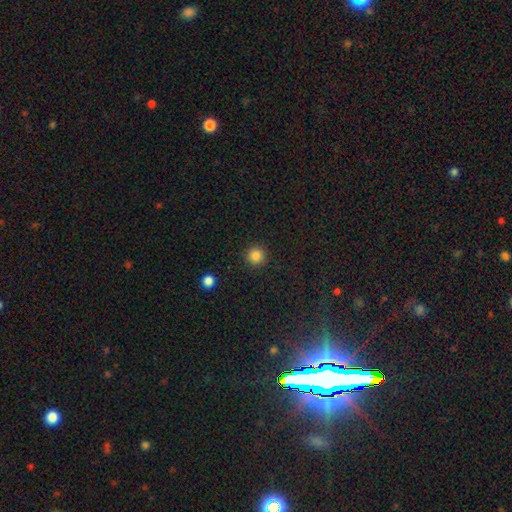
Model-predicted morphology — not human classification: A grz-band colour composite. It shows a smooth galaxy with no disk features (84%) that is round (95%). Merging: none (92%).